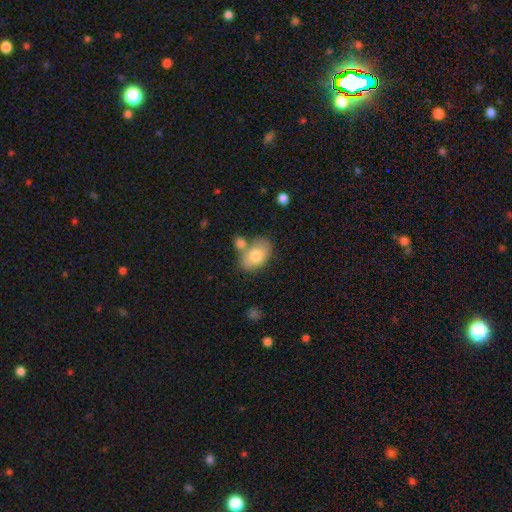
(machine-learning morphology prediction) Smooth or featured: smooth — 74% (featured or disk — 19%)
How rounded: in between — 87% (round — 12%)
Merging: none — 58% (merger — 22%)